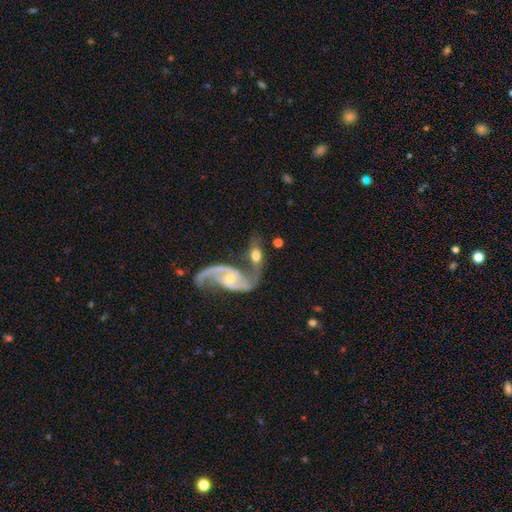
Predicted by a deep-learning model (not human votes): A featured or disk galaxy (72%) with no bar (48%), 2 (88%) loose (73%) spiral arms (87%) and a moderate central bulge (44%). Merging: merger (56%).